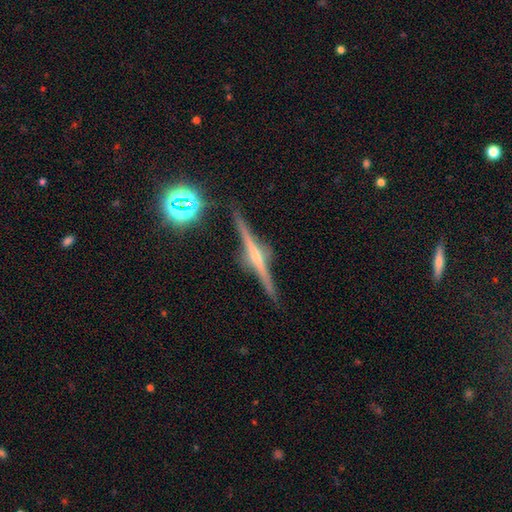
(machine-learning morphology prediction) This is likely a featured or disk galaxy (78%). It is clearly viewed edge-on (98%). Edge-on bulge: likely rounded (71%). Merging: clearly none (89%).